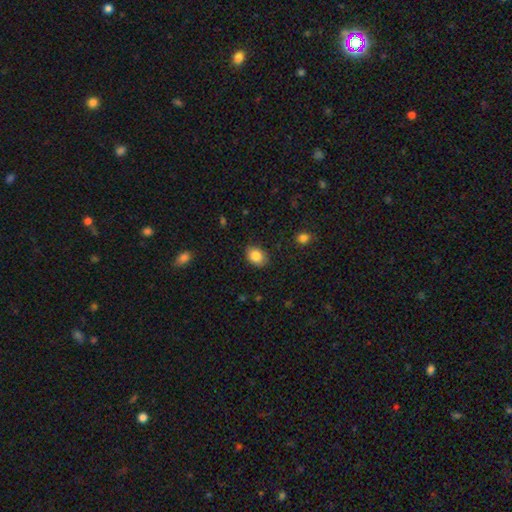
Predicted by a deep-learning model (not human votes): Q: Smooth or featured?
A: smooth (87%); runner-up: star or artifact (8%)
Q: How rounded?
A: in between (62%); runner-up: round (37%)
Q: Merging?
A: none (84%); runner-up: minor disturbance (12%)